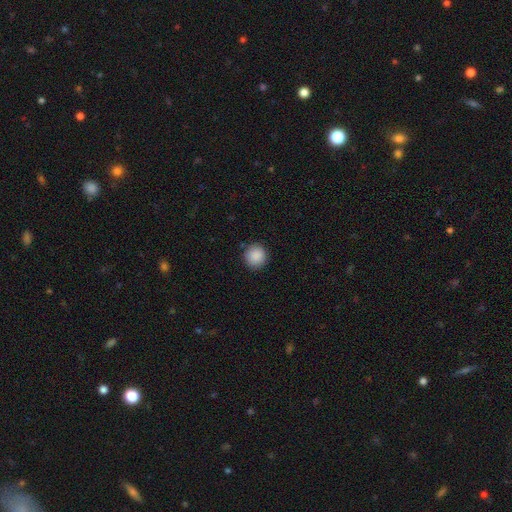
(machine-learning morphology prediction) A smooth galaxy with no disk features (89%) that is round (93%). Merging: none (89%).